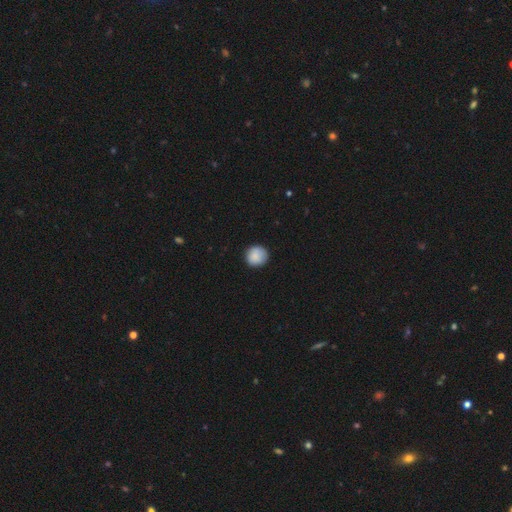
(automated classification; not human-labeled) This is clearly a smooth galaxy (88%). How rounded: clearly round (91%). Merging: clearly none (88%).